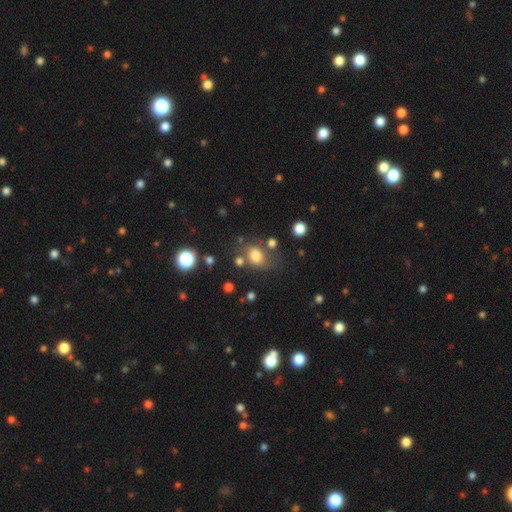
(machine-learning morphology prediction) This appears to be a smooth galaxy with no disk features (76%) that is in between round and cigar-shaped (53%). Merging: none (61%).